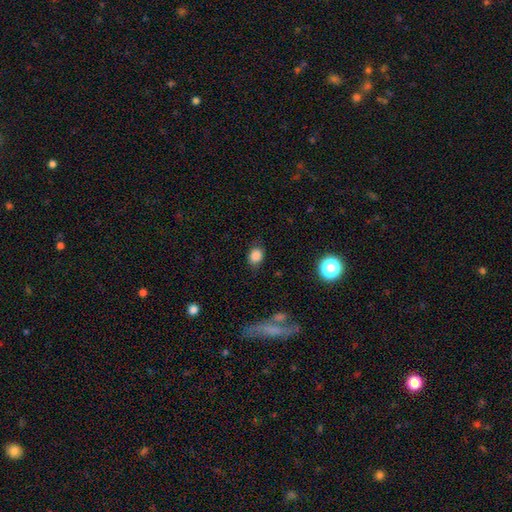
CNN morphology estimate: Smooth or featured? smooth (84%)
How rounded? in between (54%)
Merging? none (78%)